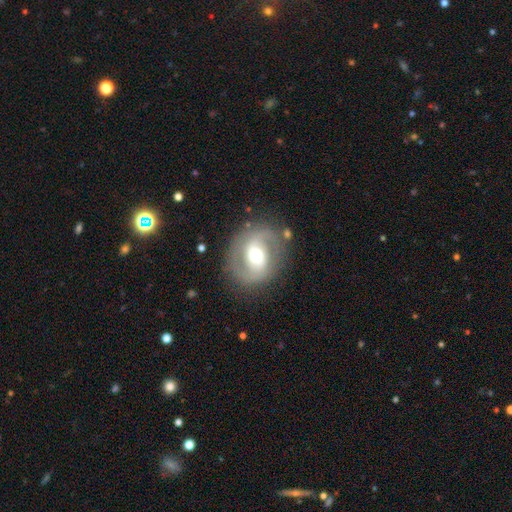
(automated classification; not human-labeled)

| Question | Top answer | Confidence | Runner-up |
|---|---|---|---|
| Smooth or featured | featured or disk | 75% | smooth (18%) |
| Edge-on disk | no | 97% | yes (3%) |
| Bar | weak | 43% | no (35%) |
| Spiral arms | yes | 81% | no (19%) |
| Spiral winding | medium | 48% | tight (28%) |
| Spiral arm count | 2 | 86% | can't tell (6%) |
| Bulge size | moderate | 70% | large (19%) |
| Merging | none | 80% | minor disturbance (13%) |